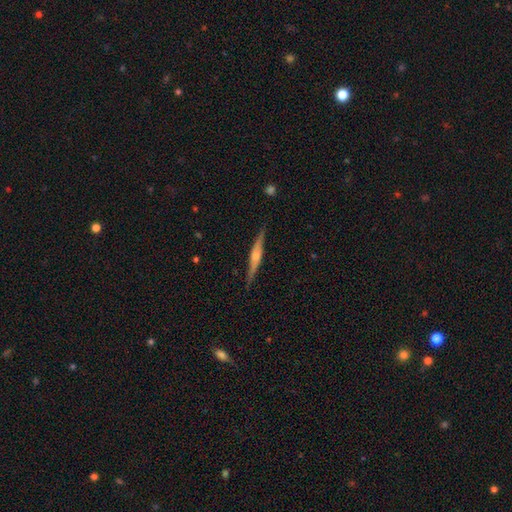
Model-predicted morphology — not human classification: Smooth or featured: featured or disk — 70% (smooth — 24%)
Edge-on disk: yes — 97% (no — 3%)
Edge-on bulge: rounded — 72% (boxy — 19%)
Merging: none — 86% (minor disturbance — 11%)